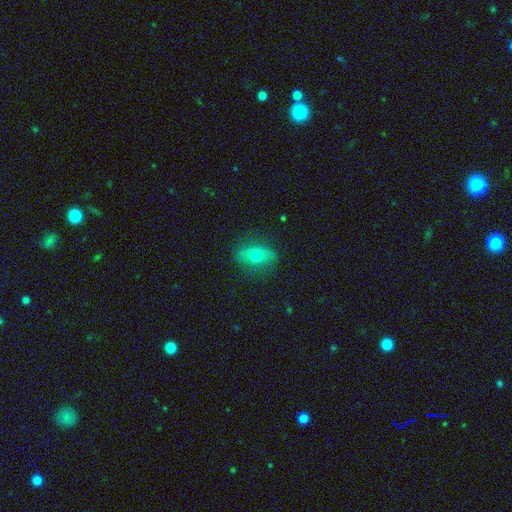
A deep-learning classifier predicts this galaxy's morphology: A smooth galaxy with no disk features (63%) that is in between round and cigar-shaped (77%).

Vote fractions:
- Smooth or featured? smooth: 63% / featured or disk: 28% / star or artifact: 9%
- How rounded? in between: 77% / round: 17% / cigar-shaped: 5%
- Merging? none: 81% / minor disturbance: 14% / major disturbance: 4% / merger: 1%